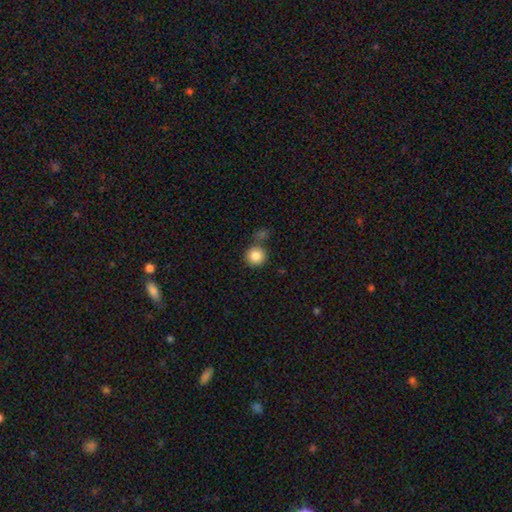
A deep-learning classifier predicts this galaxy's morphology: Smooth or featured: smooth — 86% (star or artifact — 9%)
How rounded: round — 94% (in between — 5%)
Merging: none — 73% (merger — 12%)